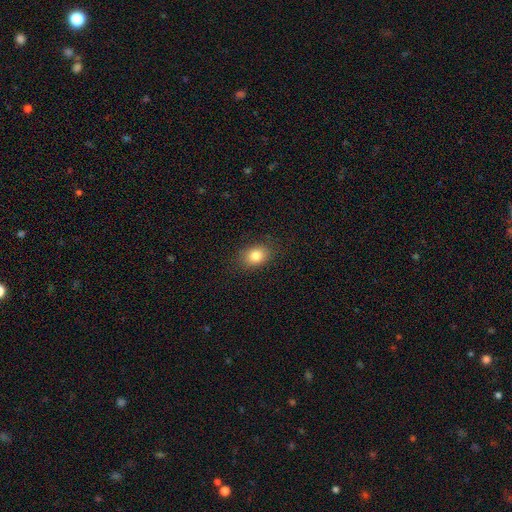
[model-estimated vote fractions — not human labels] This appears to be a smooth galaxy with no disk features (82%) that is in between round and cigar-shaped (70%). Merging: none (85%).